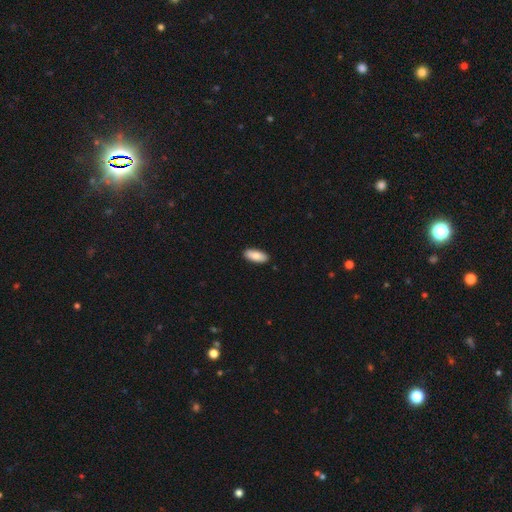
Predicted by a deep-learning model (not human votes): A smooth galaxy with no disk features (87%) that is in between round and cigar-shaped (85%). Merging: none (90%).